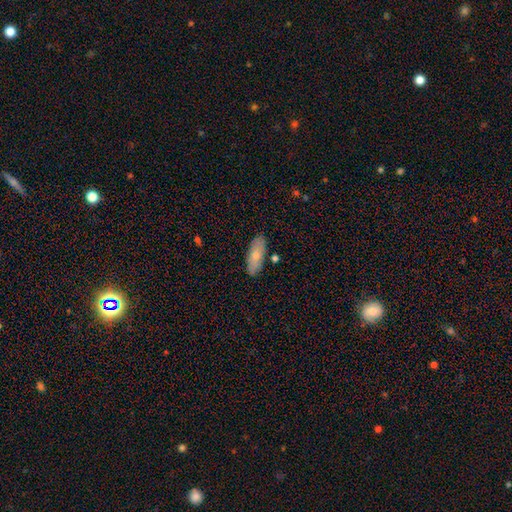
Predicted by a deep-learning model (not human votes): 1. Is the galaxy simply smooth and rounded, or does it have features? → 70% smooth, 24% featured or disk, 6% star or artifact.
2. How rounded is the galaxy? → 77% in between, 20% cigar-shaped, 3% round.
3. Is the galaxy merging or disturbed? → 84% none, 11% minor disturbance, 3% merger, 2% major disturbance.